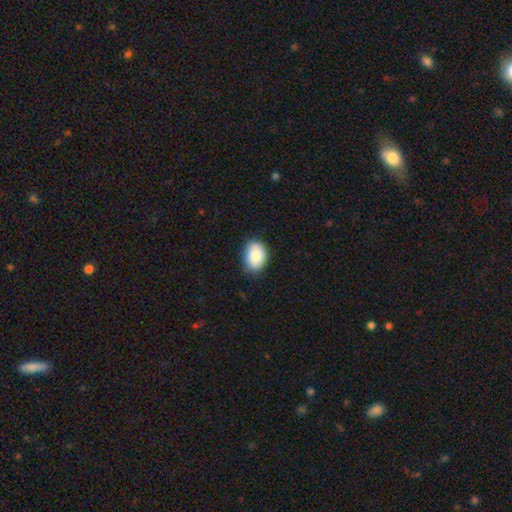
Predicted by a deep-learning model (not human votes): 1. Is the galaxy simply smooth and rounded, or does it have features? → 84% smooth, 9% featured or disk, 7% star or artifact.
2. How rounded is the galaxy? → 73% in between, 26% round, 1% cigar-shaped.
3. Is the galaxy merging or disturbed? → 79% none, 18% minor disturbance, 3% major disturbance, 1% merger.